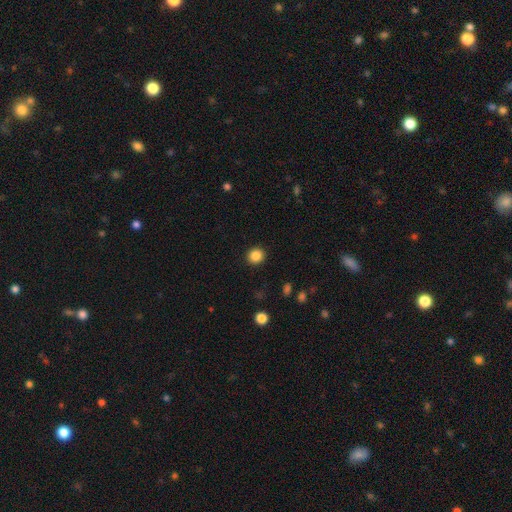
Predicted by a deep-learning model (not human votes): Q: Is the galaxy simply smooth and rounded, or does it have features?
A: smooth — 86%.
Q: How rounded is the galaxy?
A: round — 88%.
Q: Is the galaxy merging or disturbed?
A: none — 92%.